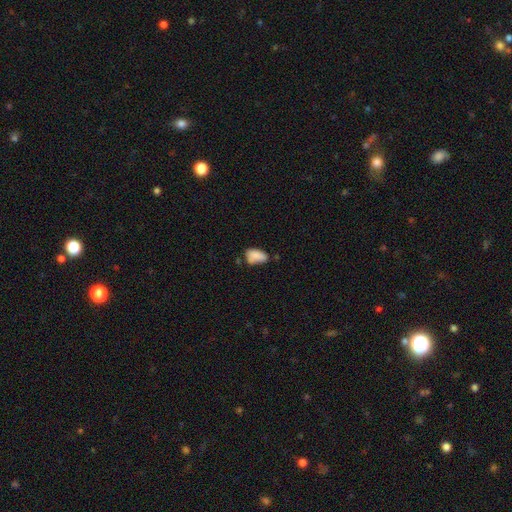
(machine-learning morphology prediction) Smooth or featured?
  - smooth: 83% *
  - featured or disk: 9%
  - star or artifact: 9%
How rounded?
  - in between: 92% *
  - round: 5%
  - cigar-shaped: 3%
Merging?
  - none: 47% *
  - minor disturbance: 33%
  - merger: 11%
  - major disturbance: 10%